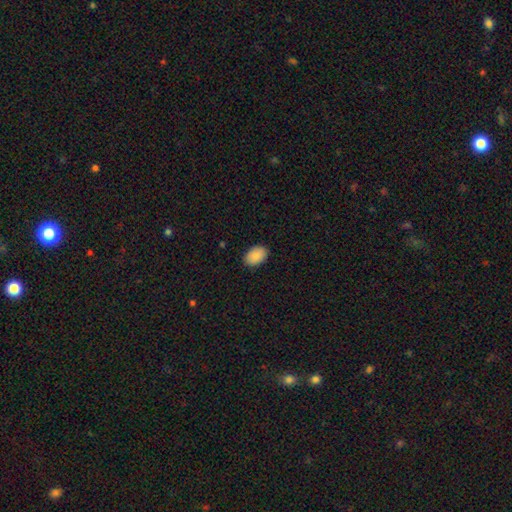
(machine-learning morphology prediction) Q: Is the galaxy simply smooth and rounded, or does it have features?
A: smooth — 89%.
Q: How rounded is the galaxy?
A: in between — 90%.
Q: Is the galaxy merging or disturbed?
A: none — 90%.